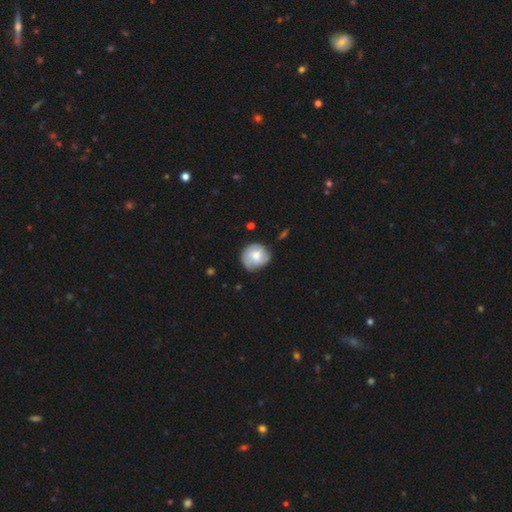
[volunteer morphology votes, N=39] Smooth or featured?
  - smooth: 46% * (tied)
  - featured or disk: 46% * (tied)
  - star or artifact: 8%
How rounded?
  - round: 89% *
  - in between: 11%
  - cigar-shaped: 0%
Merging?
  - none: 56% *
  - minor disturbance: 36%
  - major disturbance: 8%
  - merger: 0%